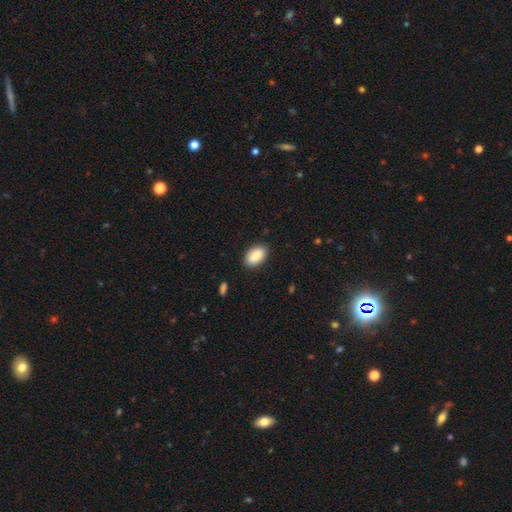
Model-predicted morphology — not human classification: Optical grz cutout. It shows a smooth galaxy with no disk features (86%) that is in between round and cigar-shaped (93%). Merging: none (87%).